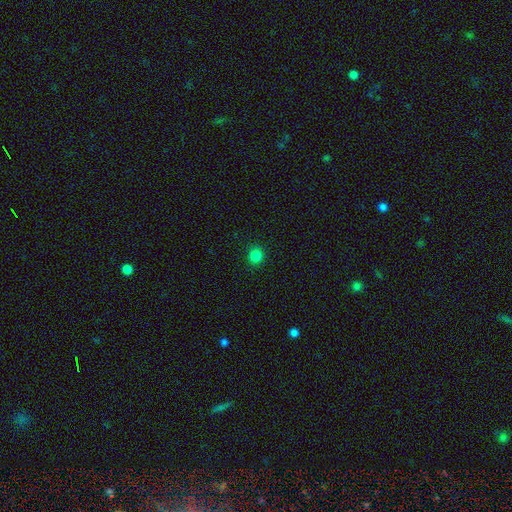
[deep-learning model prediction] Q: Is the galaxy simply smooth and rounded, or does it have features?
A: smooth — 83%.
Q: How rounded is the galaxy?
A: round — 88%.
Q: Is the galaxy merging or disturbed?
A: none — 91%.